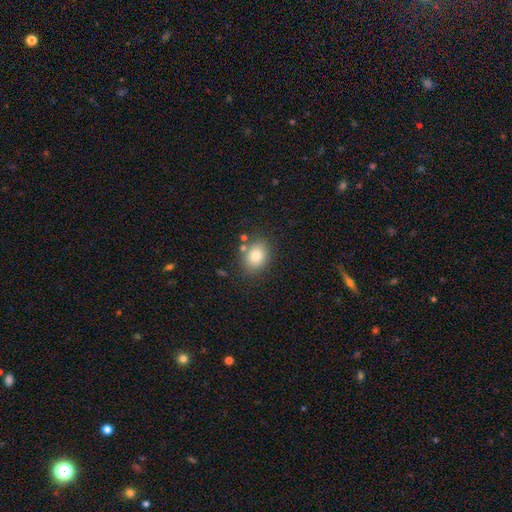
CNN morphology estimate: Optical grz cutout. It shows a smooth galaxy with no disk features (82%) that is in between round and cigar-shaped (56%). Merging: none (77%).